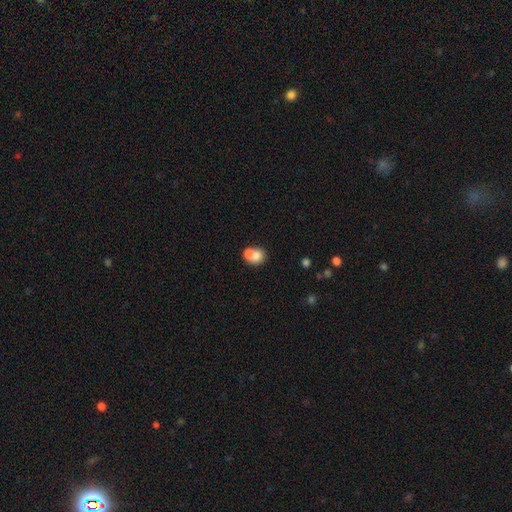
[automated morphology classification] Overall: smooth (71%). How rounded: round (69%; in between 30%). Merging: merger (58%; none 32%).